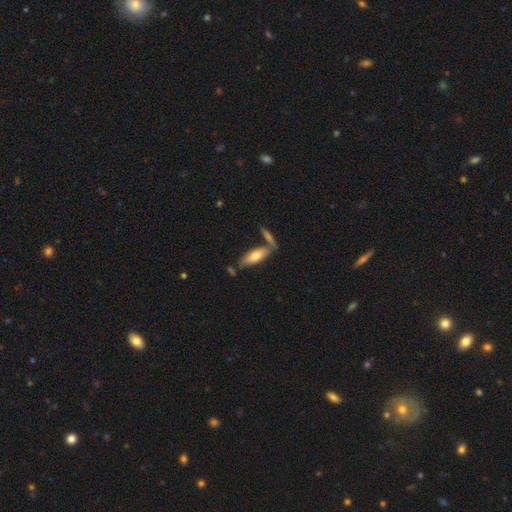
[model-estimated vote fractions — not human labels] The model was most divided on "how rounded": in between: 61%, cigar-shaped: 37%, round: 2%. More confident: smooth or featured — smooth (68%); merging — none (64%).